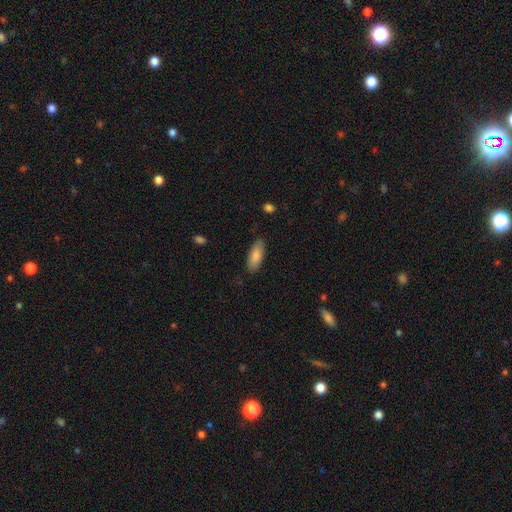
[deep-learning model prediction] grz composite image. It shows a smooth galaxy with no disk features (85%) that is in between round and cigar-shaped (77%). Merging: none (84%).